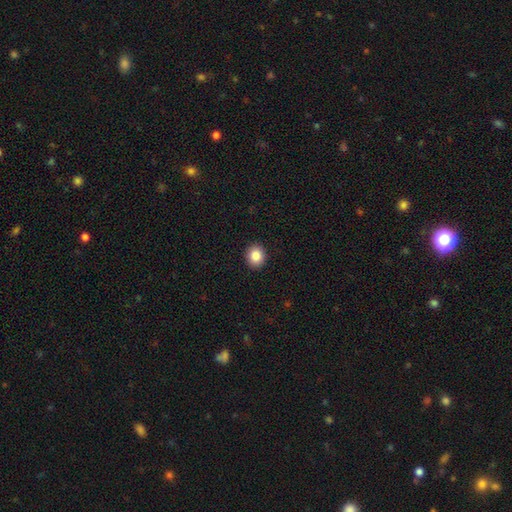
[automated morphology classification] smooth_or_featured: smooth (p=0.87) [alt: star or artifact p=0.09]
how_rounded: round (p=0.75) [alt: in between p=0.24]
merging: none (p=0.92) [alt: minor disturbance p=0.06]